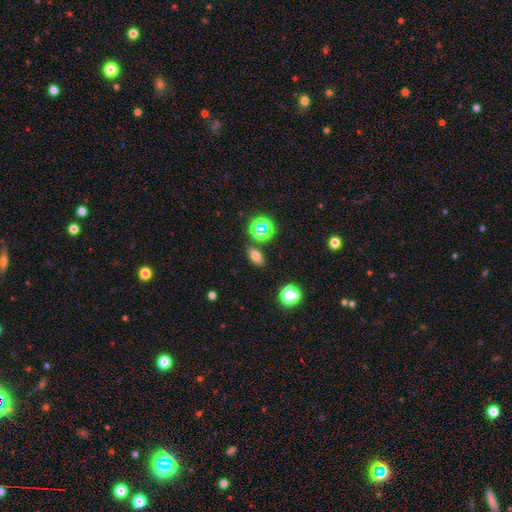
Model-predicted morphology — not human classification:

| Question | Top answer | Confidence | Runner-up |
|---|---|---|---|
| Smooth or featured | smooth | 70% | star or artifact (19%) |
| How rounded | in between | 81% | round (15%) |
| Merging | none | 82% | minor disturbance (10%) |